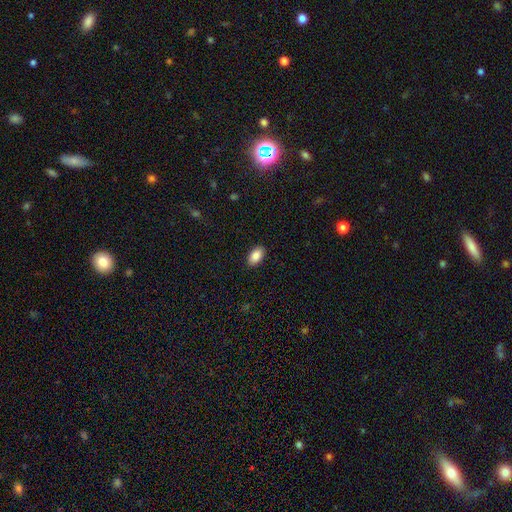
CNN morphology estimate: A smooth galaxy with no disk features (88%) that is in between round and cigar-shaped (94%).

Vote fractions:
- Smooth or featured? smooth: 88% / star or artifact: 7% / featured or disk: 5%
- How rounded? in between: 94% / round: 4% / cigar-shaped: 3%
- Merging? none: 90% / minor disturbance: 7% / major disturbance: 2% / merger: 1%